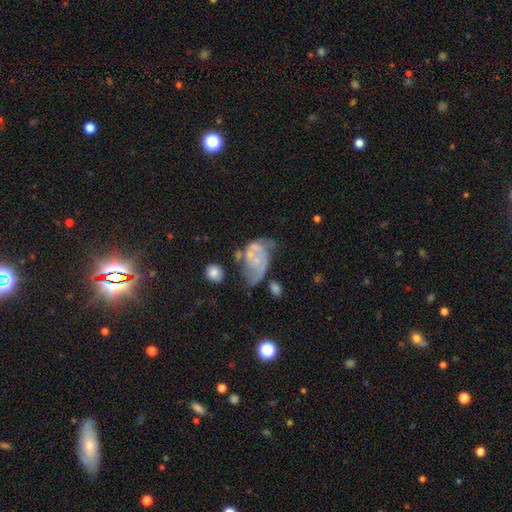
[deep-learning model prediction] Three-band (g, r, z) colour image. It shows a featured or disk galaxy (67%) with no bar (74%), spiral arms (69%) and a small central bulge (64%). Merging: major disturbance (33%).